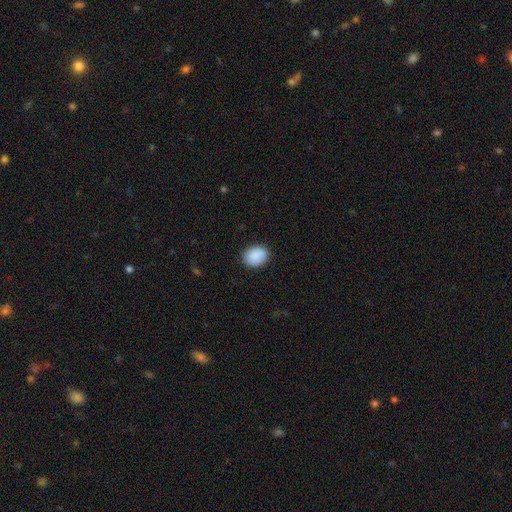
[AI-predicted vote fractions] smooth-or-featured: smooth: 90% | star or artifact: 7% | featured or disk: 3%
  how-rounded: in between: 52% | round: 47% | cigar-shaped: 1%
  merging: none: 88% | minor disturbance: 9% | major disturbance: 2% | merger: 1%